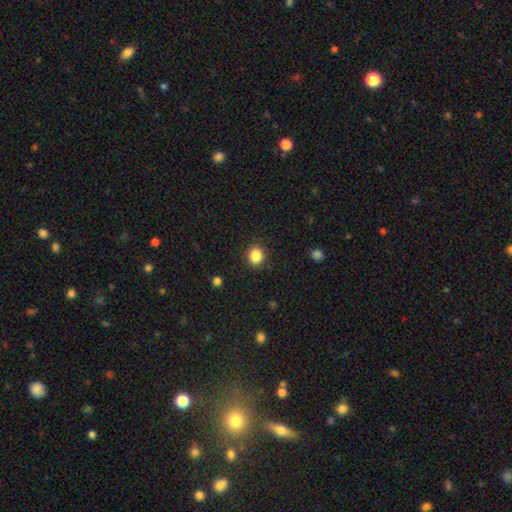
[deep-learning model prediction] The model was most divided on "how rounded": round: 71%, in between: 28%, cigar-shaped: 1%. More confident: merging — none (89%); smooth or featured — smooth (85%).